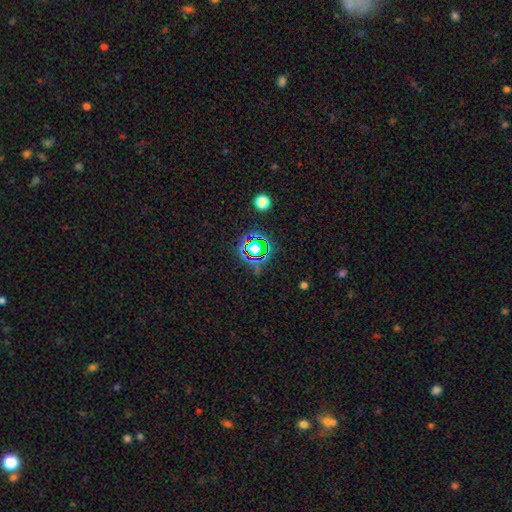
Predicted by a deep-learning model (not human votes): Smooth or featured?
  - star or artifact: 66% *
  - smooth: 22%
  - featured or disk: 12%